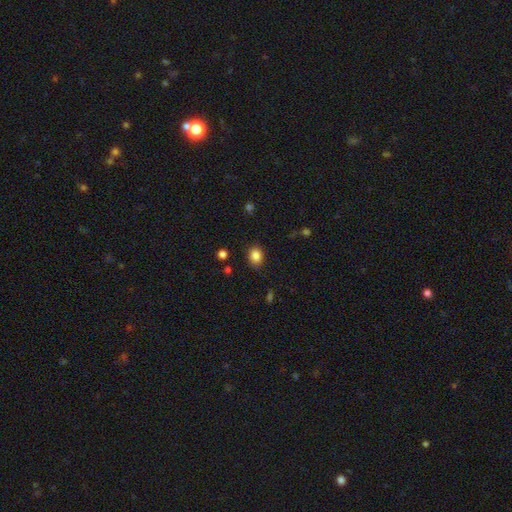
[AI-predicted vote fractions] This appears to be a smooth galaxy with no disk features (85%) that is in between round and cigar-shaped (57%). Merging: none (81%).